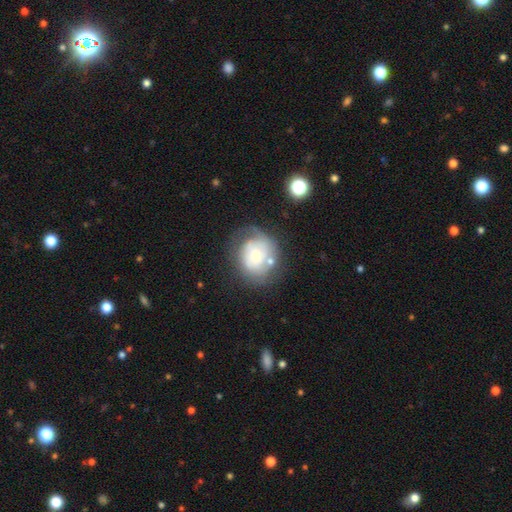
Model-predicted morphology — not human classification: type=featured or disk (52%); edge-on=no (96%); bar=no (76%); spiral arms=yes (60%); bulge=small (47%); merging=none (48%).